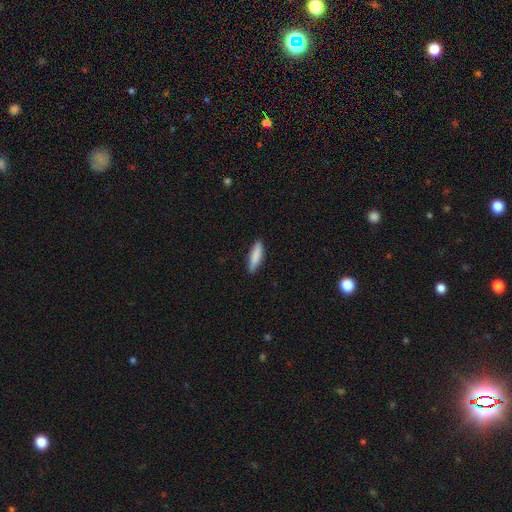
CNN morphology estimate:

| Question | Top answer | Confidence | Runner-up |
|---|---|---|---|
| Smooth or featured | smooth | 86% | featured or disk (9%) |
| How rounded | cigar-shaped | 67% | in between (32%) |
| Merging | none | 86% | minor disturbance (11%) |